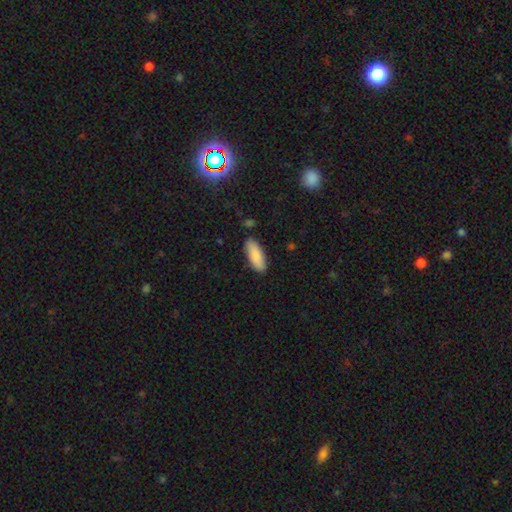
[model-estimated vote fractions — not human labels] Smooth or featured? smooth (84%)
How rounded? in between (72%)
Merging? none (86%)